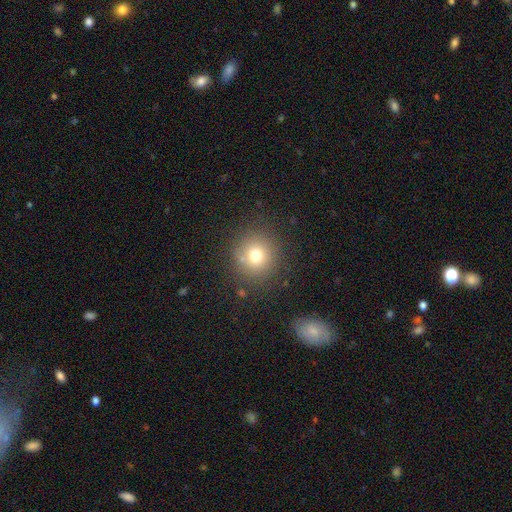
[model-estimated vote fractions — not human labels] The model was most divided on "smooth or featured": smooth: 73%, star or artifact: 16%, featured or disk: 11%. More confident: how rounded — round (93%); merging — none (84%).